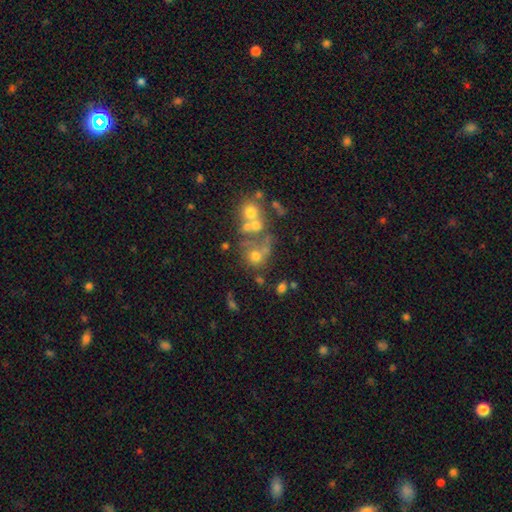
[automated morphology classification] Q: Smooth or featured?
A: smooth (52%); runner-up: featured or disk (30%)
Q: How rounded?
A: round (72%); runner-up: in between (27%)
Q: Merging?
A: merger (40%); runner-up: none (34%)